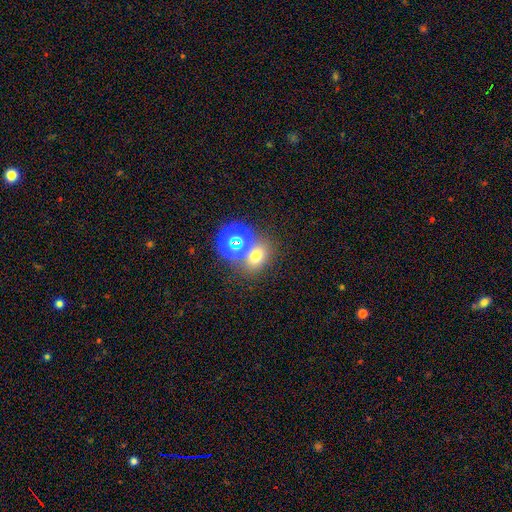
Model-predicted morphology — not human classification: Smooth or featured? Predicted: smooth (p=0.60). How rounded? Predicted: in between (p=0.52). Merging? Predicted: none (p=0.62).